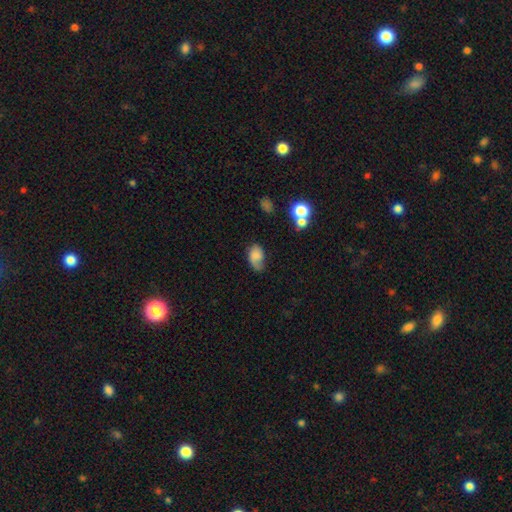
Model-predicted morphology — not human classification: Smooth or featured? Predicted: smooth (p=0.64). How rounded? Predicted: in between (p=0.84). Merging? Predicted: none (p=0.43).